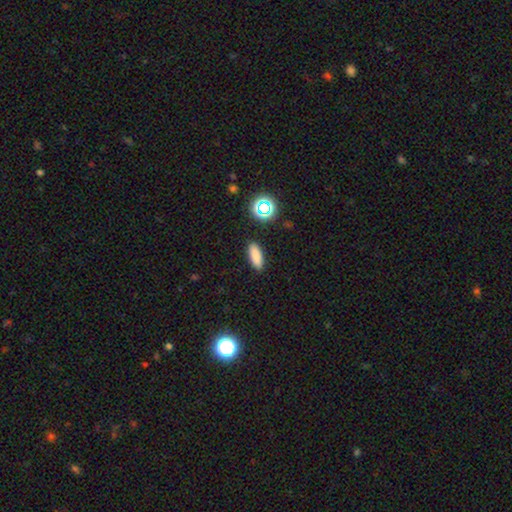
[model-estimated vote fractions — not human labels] The model was most divided on "how rounded": in between: 68%, cigar-shaped: 29%, round: 4%. More confident: merging — none (89%); smooth or featured — smooth (83%).